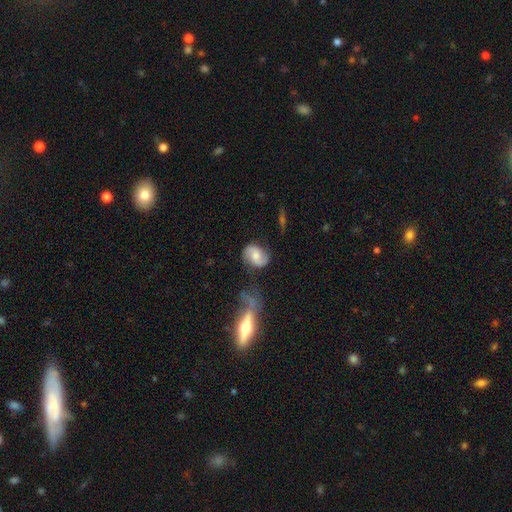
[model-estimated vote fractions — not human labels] Q: Smooth or featured?
A: featured or disk (70%); runner-up: smooth (23%)
Q: Edge-on disk?
A: no (97%); runner-up: yes (3%)
Q: Bar?
A: no (56%); runner-up: weak (36%)
Q: Spiral arms?
A: yes (93%); runner-up: no (7%)
Q: Spiral winding?
A: medium (44%); runner-up: loose (37%)
Q: Spiral arm count?
A: 2 (91%); runner-up: can't tell (4%)
Q: Bulge size?
A: moderate (54%); runner-up: small (26%)
Q: Merging?
A: none (68%); runner-up: minor disturbance (17%)